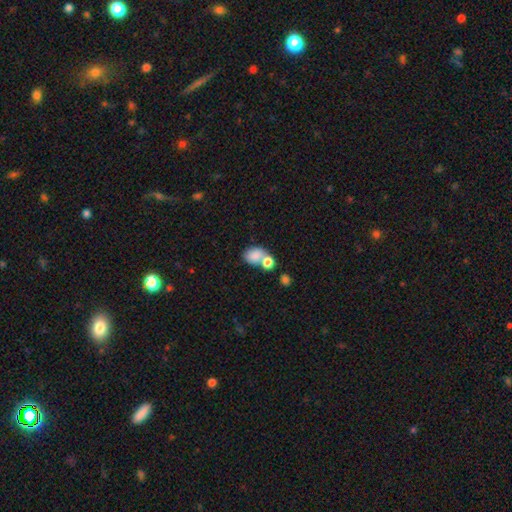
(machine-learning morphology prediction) smooth-or-featured: smooth: 80% | featured or disk: 10% | star or artifact: 9%
  how-rounded: in between: 68% | round: 31% | cigar-shaped: 1%
  merging: merger: 49% | none: 34% | minor disturbance: 11% | major disturbance: 6%